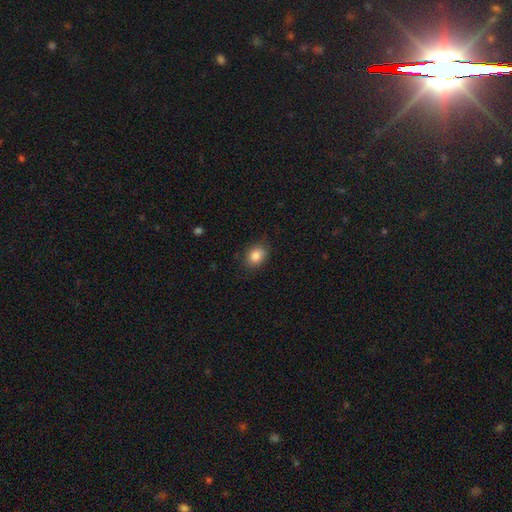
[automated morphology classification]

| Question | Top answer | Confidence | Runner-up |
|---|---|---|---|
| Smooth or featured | smooth | 86% | star or artifact (9%) |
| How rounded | in between | 55% | round (44%) |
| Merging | none | 83% | minor disturbance (13%) |